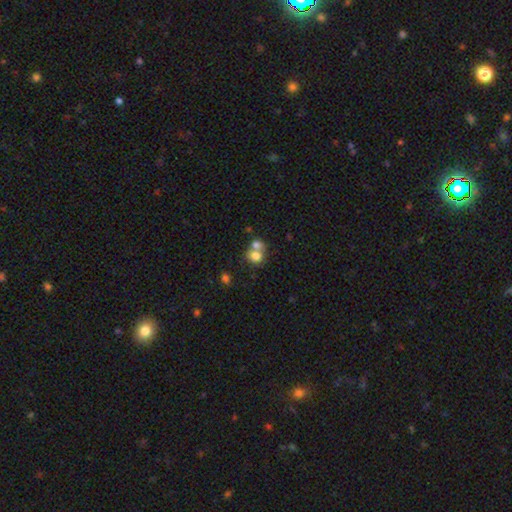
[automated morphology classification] smooth 75%, featured or disk 15%, star or artifact 10%. Down the decision tree: how rounded — round (69%); merging — merger (58%).